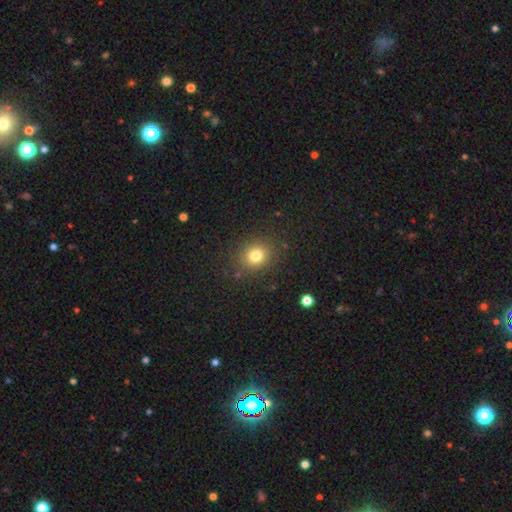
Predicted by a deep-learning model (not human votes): Smooth or featured? smooth (78%)
How rounded? round (75%)
Merging? none (86%)